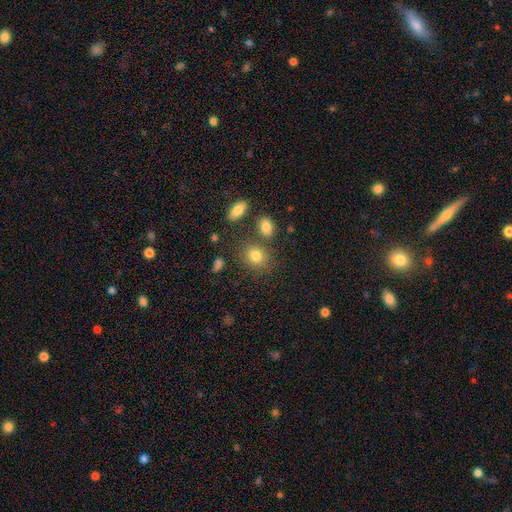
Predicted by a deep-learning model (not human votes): smooth_or_featured: smooth (p=0.80) [alt: star or artifact p=0.12]
how_rounded: round (p=0.62) [alt: in between p=0.37]
merging: none (p=0.73) [alt: minor disturbance p=0.12]